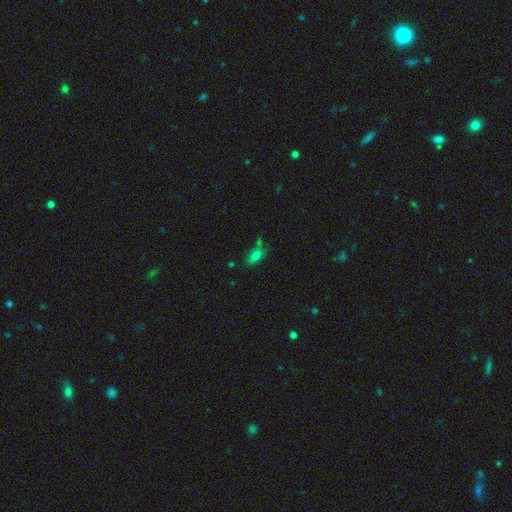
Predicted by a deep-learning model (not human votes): Smooth or featured?
  - smooth: 73% *
  - star or artifact: 15%
  - featured or disk: 12%
How rounded?
  - in between: 83% *
  - round: 10%
  - cigar-shaped: 6%
Merging?
  - none: 65% *
  - minor disturbance: 18%
  - merger: 11%
  - major disturbance: 6%